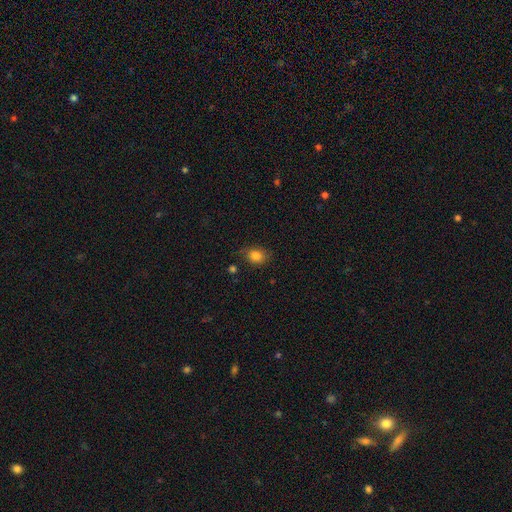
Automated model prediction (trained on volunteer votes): Smooth or featured: smooth — 83% (star or artifact — 11%)
How rounded: in between — 57% (round — 42%)
Merging: none — 73% (minor disturbance — 20%)